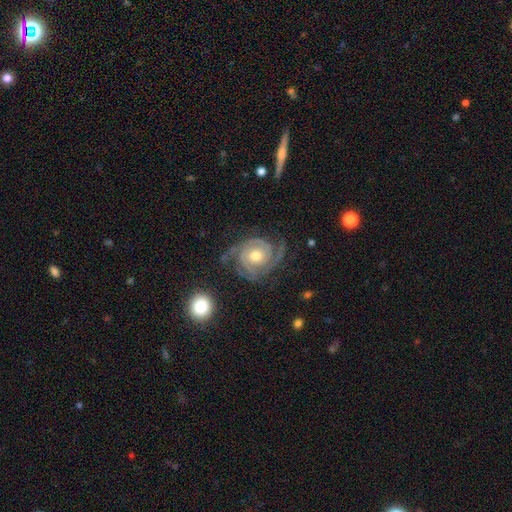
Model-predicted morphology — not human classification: Smooth or featured: featured or disk — 91% (smooth — 5%)
Edge-on disk: no — 98% (yes — 2%)
Bar: no — 76% (weak — 19%)
Spiral arms: yes — 98% (no — 2%)
Spiral winding: tight — 68% (medium — 27%)
Spiral arm count: 3 — 38% (2 — 34%)
Bulge size: moderate — 75% (small — 17%)
Merging: none — 71% (minor disturbance — 18%)